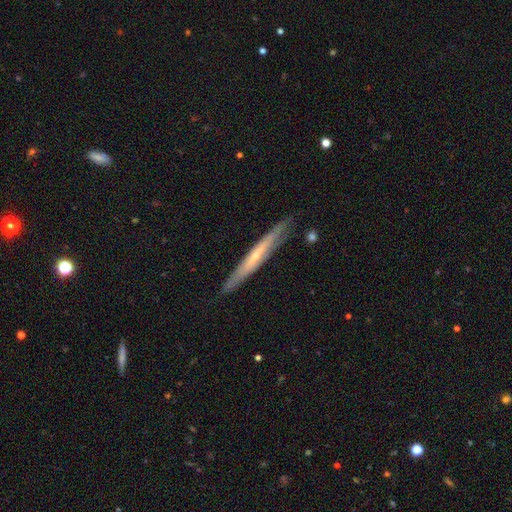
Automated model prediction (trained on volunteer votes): Smooth or featured? featured or disk (64%)
Edge-on disk? yes (90%)
Edge-on bulge? none (50%)
Merging? none (86%)